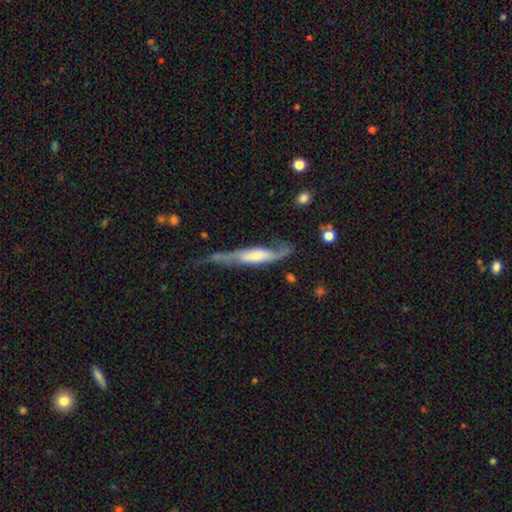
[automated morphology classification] Overall: featured or disk (68%). Edge-on disk: no (59%; yes 41%). Merging: none (36%; major disturbance 31%).